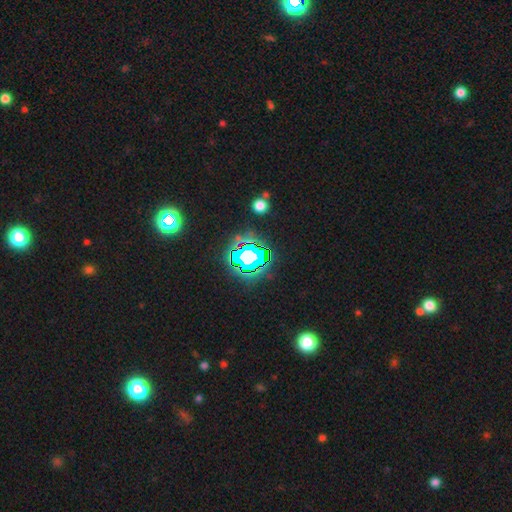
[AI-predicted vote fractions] A star or artifact, not a galaxy (71%).

Vote fractions:
- Smooth or featured? star or artifact: 71% / smooth: 17% / featured or disk: 12%